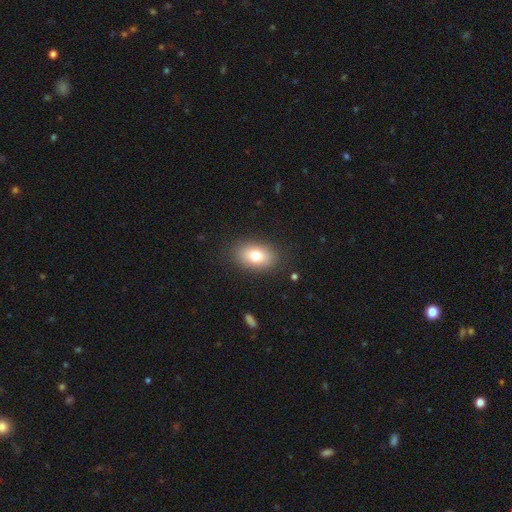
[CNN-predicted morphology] A smooth galaxy with no disk features (77%) that is in between round and cigar-shaped (85%). Merging: none (86%).